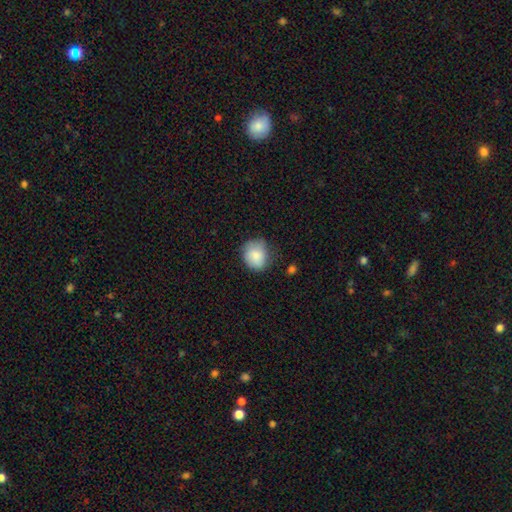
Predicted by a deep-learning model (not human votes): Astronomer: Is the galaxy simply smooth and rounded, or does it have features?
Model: smooth — 83%.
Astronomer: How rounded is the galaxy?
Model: round — 71%.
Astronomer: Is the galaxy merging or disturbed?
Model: none — 66%.